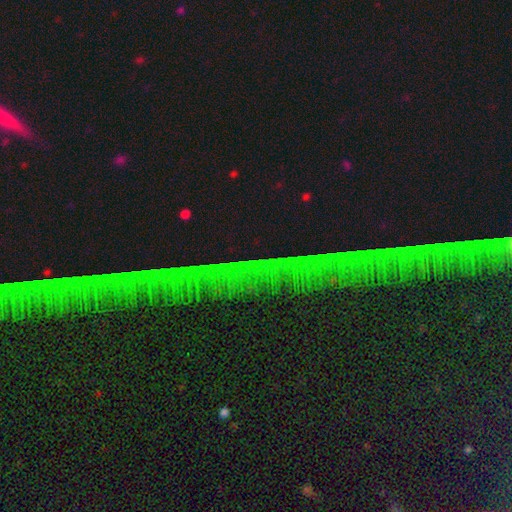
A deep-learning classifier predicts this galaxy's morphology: A star or artifact, not a galaxy (84%).